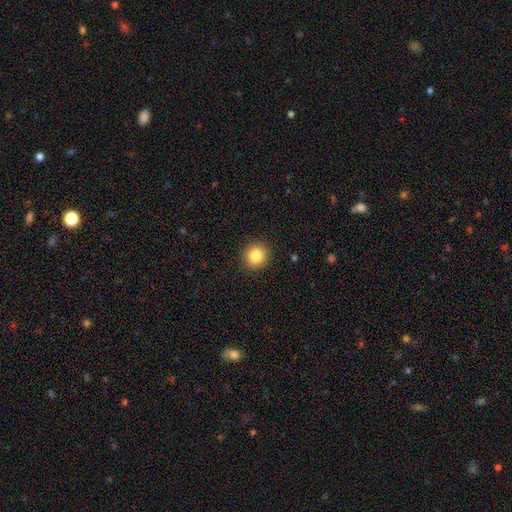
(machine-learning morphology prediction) Q: Smooth or featured?
A: smooth (85%); runner-up: star or artifact (10%)
Q: How rounded?
A: round (91%); runner-up: in between (8%)
Q: Merging?
A: none (91%); runner-up: minor disturbance (6%)